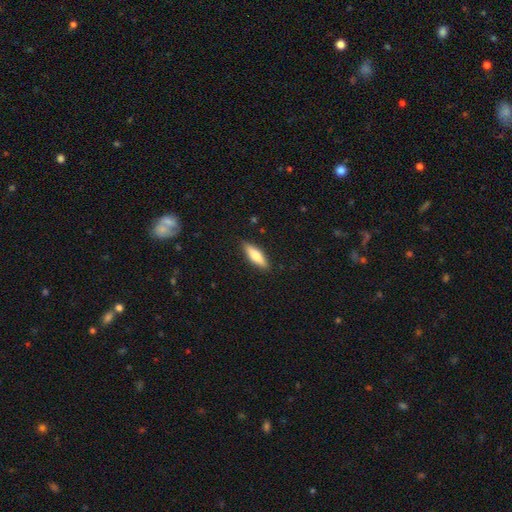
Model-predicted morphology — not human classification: Q: Smooth or featured?
A: smooth (67%); runner-up: featured or disk (28%)
Q: How rounded?
A: cigar-shaped (56%); runner-up: in between (42%)
Q: Merging?
A: none (88%); runner-up: minor disturbance (9%)